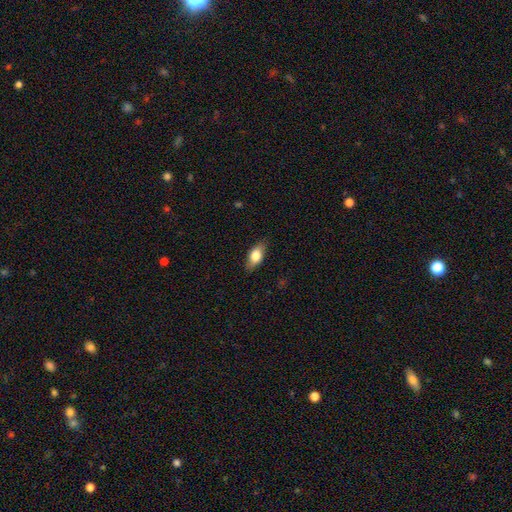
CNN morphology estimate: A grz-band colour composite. It shows a smooth galaxy with no disk features (75%) that is in between round and cigar-shaped (83%). Merging: none (84%).